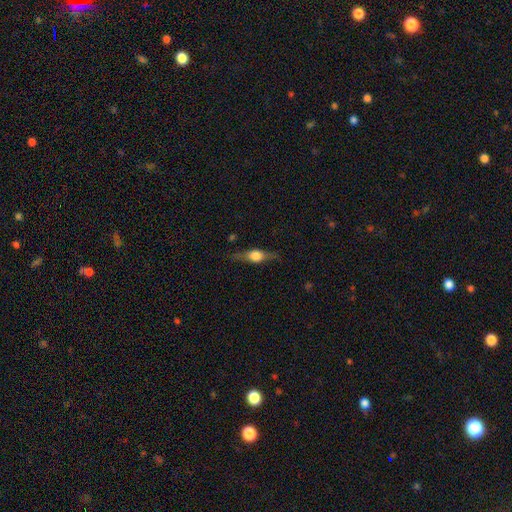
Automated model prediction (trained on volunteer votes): smooth-or-featured: featured or disk: 61% | smooth: 31% | star or artifact: 7%
  disk-edge-on: yes: 94% | no: 6%
    edge-on-bulge: rounded: 92% | boxy: 7% | none: 2%
  merging: none: 79% | minor disturbance: 15% | major disturbance: 5% | merger: 1%